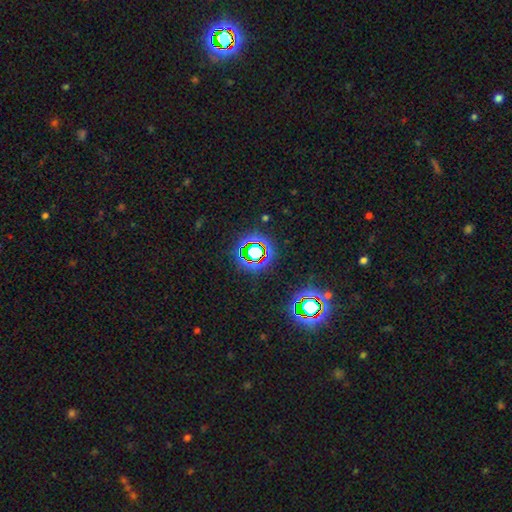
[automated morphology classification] This appears to be a star or artifact, not a galaxy (78%).